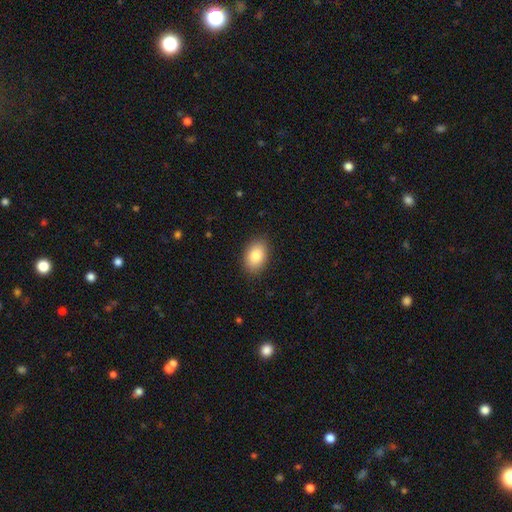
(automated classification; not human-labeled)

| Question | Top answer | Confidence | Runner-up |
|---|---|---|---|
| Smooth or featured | smooth | 85% | featured or disk (7%) |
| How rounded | in between | 88% | round (11%) |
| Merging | none | 88% | minor disturbance (9%) |